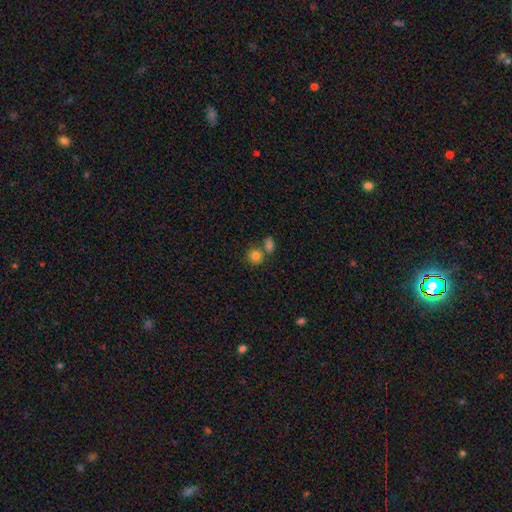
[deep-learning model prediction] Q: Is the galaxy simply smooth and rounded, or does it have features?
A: smooth — 82%.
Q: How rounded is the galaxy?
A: round — 85%.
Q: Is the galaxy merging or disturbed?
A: none — 58%.